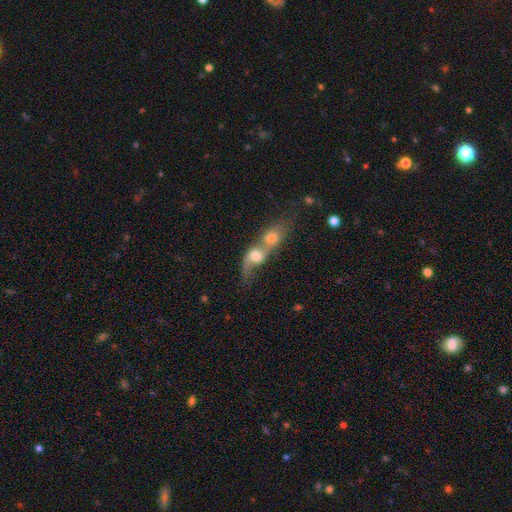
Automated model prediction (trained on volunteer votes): Overall: smooth (50%; featured or disk 40%). Merging: merger (83%).